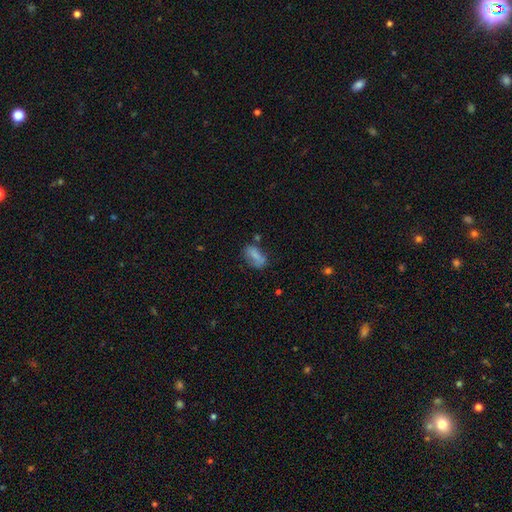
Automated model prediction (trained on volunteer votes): Smooth or featured? Predicted: smooth (p=0.72). How rounded? Predicted: in between (p=0.85). Merging? Predicted: none (p=0.46).